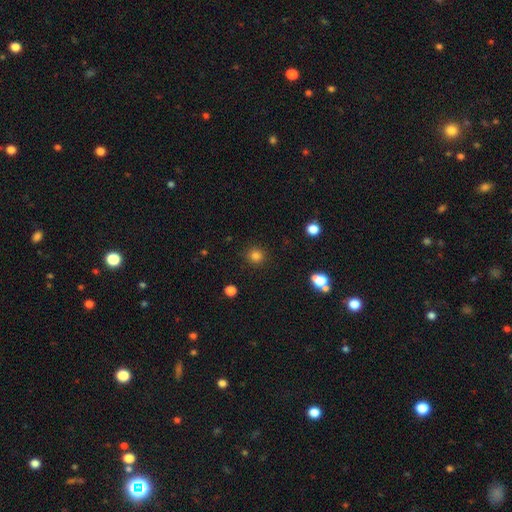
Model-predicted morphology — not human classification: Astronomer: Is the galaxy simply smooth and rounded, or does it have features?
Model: smooth — 82%.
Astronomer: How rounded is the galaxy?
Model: round — 92%.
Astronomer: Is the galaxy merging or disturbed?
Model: none — 90%.